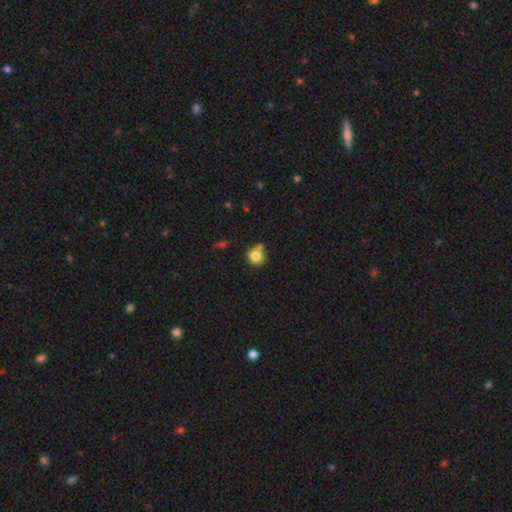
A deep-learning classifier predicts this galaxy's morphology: Smooth or featured? smooth (81%)
How rounded? round (88%)
Merging? none (64%)